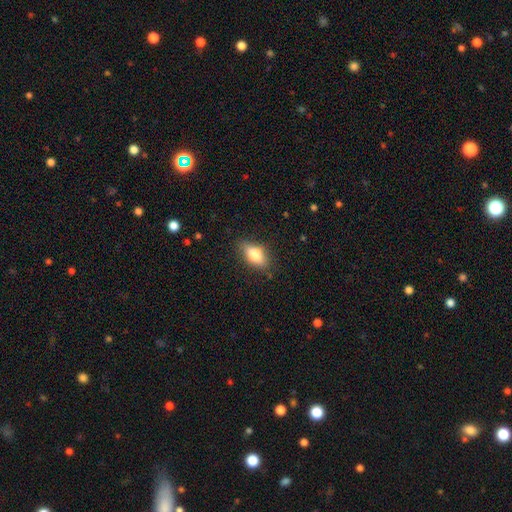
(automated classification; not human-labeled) Overall: smooth (77%). How rounded: in between (84%). Merging: none (76%).